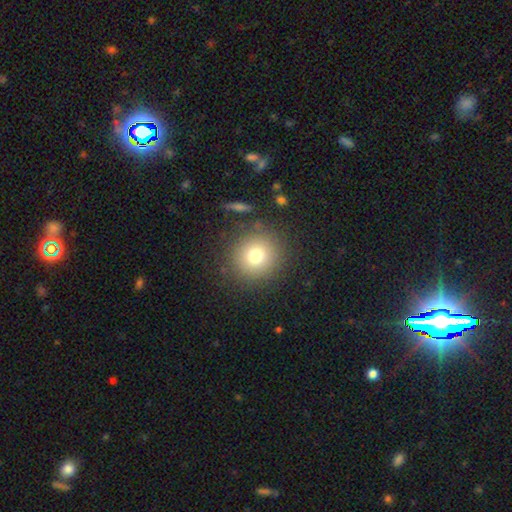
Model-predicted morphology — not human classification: This appears to be a smooth galaxy with no disk features (75%) that is round (93%). Merging: none (86%).